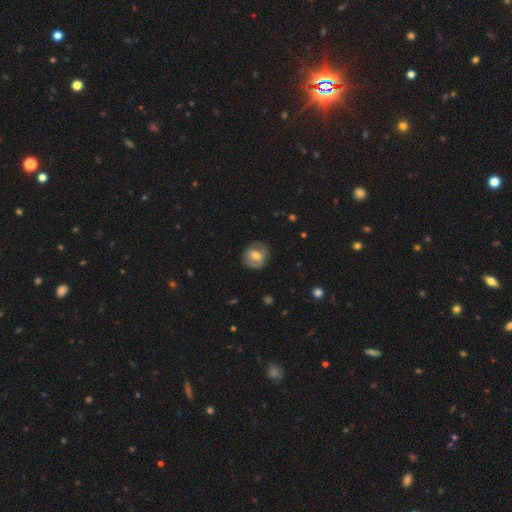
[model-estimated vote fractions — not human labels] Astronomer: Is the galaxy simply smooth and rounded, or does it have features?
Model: smooth — 50% (runner-up: featured or disk, 43%).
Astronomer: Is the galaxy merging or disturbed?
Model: none — 79%.